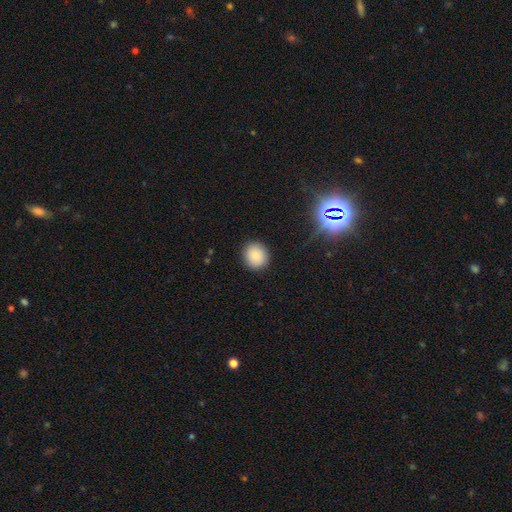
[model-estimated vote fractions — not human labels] smooth-or-featured: smooth: 84% | star or artifact: 10% | featured or disk: 6%
  how-rounded: round: 84% | in between: 15% | cigar-shaped: 1%
  merging: none: 90% | minor disturbance: 7% | major disturbance: 2% | merger: 1%